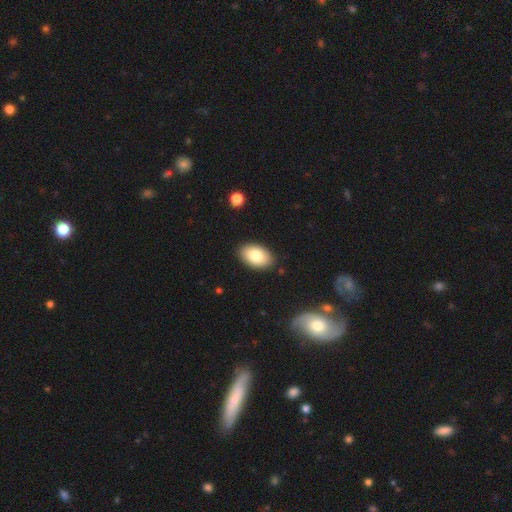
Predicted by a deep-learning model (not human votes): This is likely a smooth galaxy (80%). How rounded: clearly in between (92%). Merging: clearly none (88%).